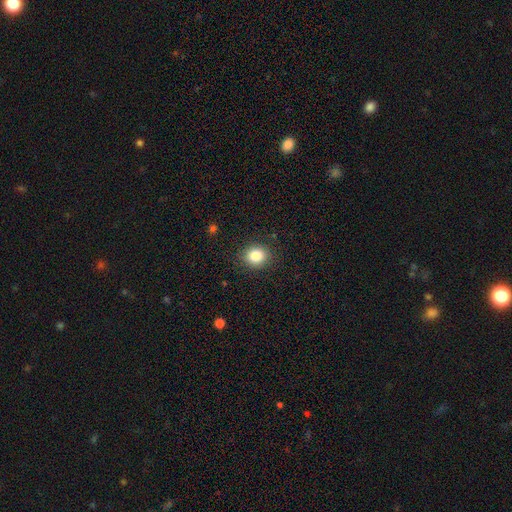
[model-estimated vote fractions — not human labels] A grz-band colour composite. It shows a smooth galaxy with no disk features (83%) that is round (77%). Merging: none (89%).